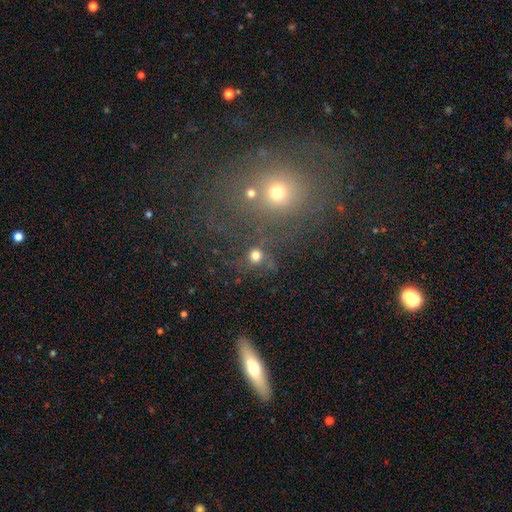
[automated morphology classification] smooth-or-featured: smooth: 69% | star or artifact: 19% | featured or disk: 12%
  how-rounded: round: 89% | in between: 10% | cigar-shaped: 1%
  merging: none: 64% | merger: 16% | minor disturbance: 11% | major disturbance: 8%